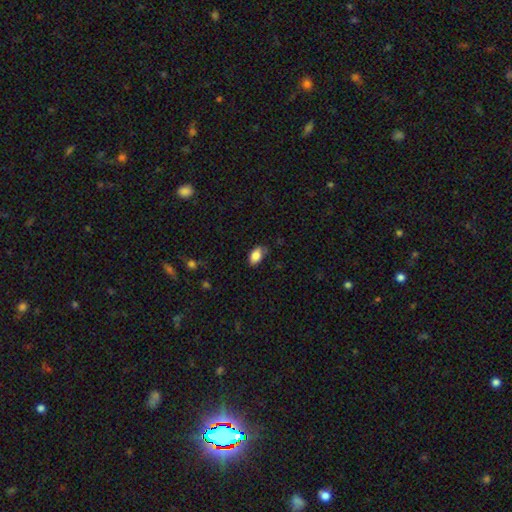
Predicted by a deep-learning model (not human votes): Overall: smooth (86%). How rounded: in between (91%). Merging: none (72%).